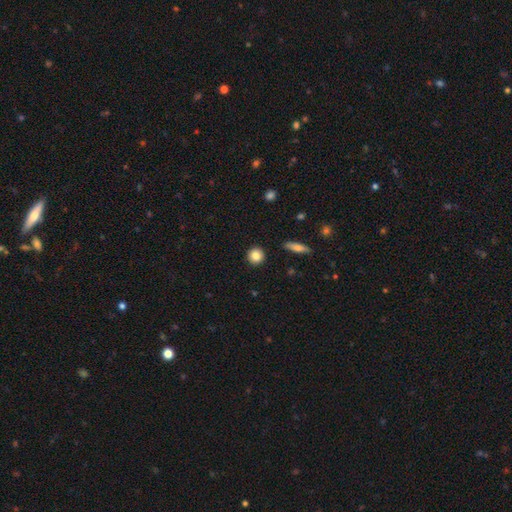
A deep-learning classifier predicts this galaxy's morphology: Smooth or featured?
  - smooth: 85% *
  - star or artifact: 9%
  - featured or disk: 7%
How rounded?
  - round: 92% *
  - in between: 7%
  - cigar-shaped: 1%
Merging?
  - none: 92% *
  - minor disturbance: 5%
  - major disturbance: 2%
  - merger: 2%